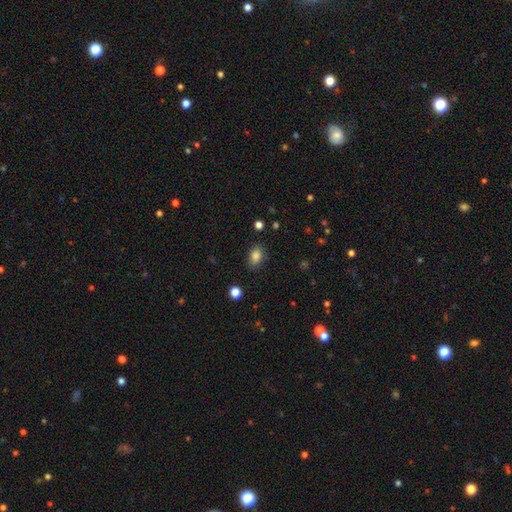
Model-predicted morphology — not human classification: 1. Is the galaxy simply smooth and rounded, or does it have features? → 84% smooth, 10% star or artifact, 5% featured or disk.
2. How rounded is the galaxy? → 78% in between, 20% round, 2% cigar-shaped.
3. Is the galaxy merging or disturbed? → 82% none, 13% minor disturbance, 3% major disturbance, 1% merger.